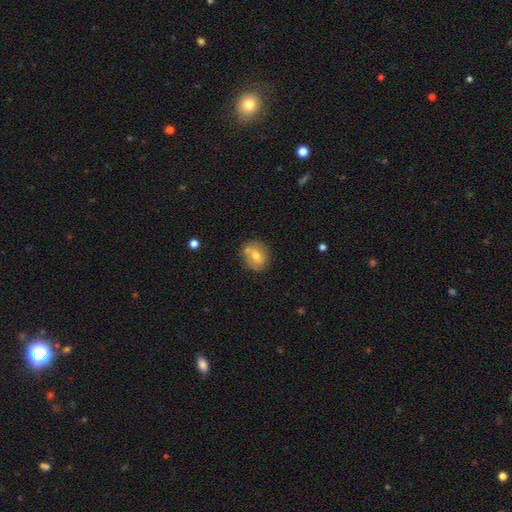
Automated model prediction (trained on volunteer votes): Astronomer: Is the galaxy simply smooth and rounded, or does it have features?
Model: smooth — 58% (runner-up: featured or disk, 34%).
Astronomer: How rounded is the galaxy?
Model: round — 59% (runner-up: in between, 40%).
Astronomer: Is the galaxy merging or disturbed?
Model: none — 62%.